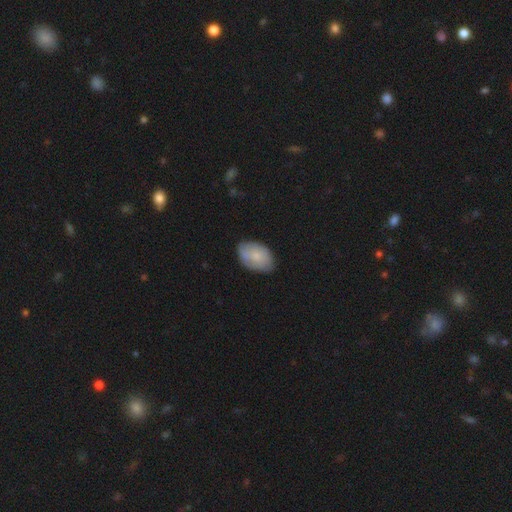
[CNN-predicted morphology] smooth_or_featured: smooth (p=0.76) [alt: featured or disk p=0.18]
how_rounded: in between (p=0.89) [alt: round p=0.10]
merging: none (p=0.73) [alt: minor disturbance p=0.22]